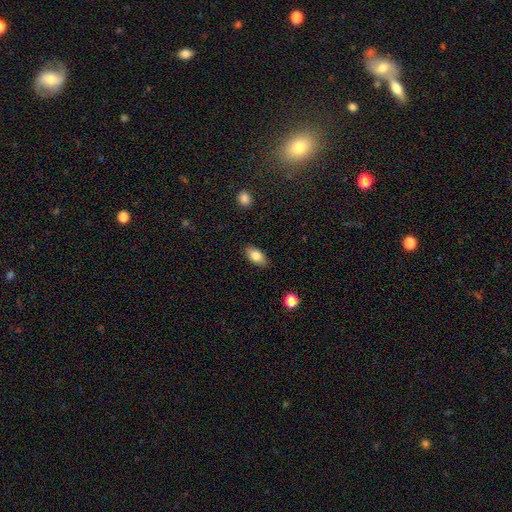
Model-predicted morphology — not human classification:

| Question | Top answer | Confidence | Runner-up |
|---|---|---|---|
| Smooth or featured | smooth | 81% | featured or disk (11%) |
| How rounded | in between | 90% | cigar-shaped (5%) |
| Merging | none | 85% | minor disturbance (11%) |